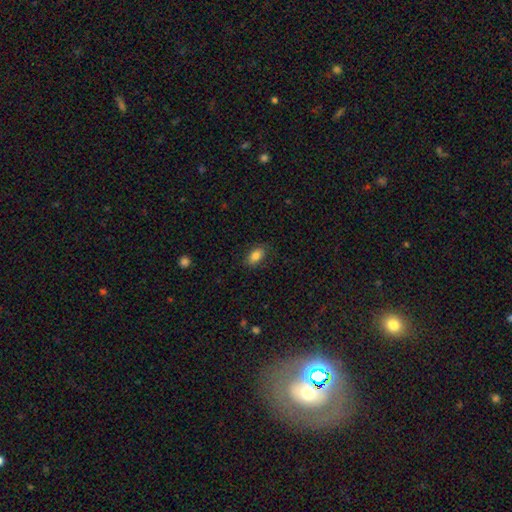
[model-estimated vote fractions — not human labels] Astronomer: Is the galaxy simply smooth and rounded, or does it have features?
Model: smooth — 83%.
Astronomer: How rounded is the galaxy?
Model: in between — 89%.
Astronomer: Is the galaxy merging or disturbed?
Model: none — 83%.